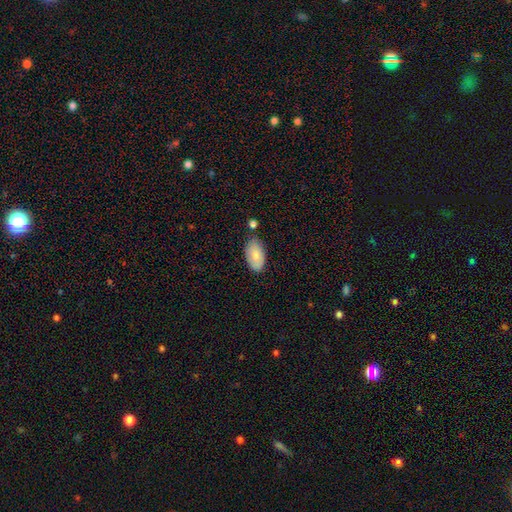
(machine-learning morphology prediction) This appears to be a smooth galaxy with no disk features (78%) that is in between round and cigar-shaped (95%). Merging: none (68%).